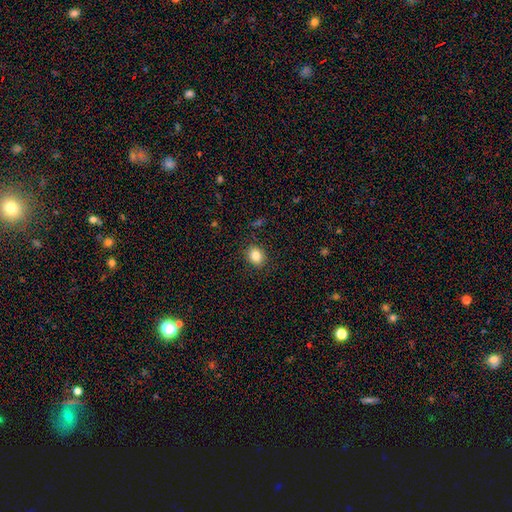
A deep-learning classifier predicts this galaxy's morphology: Smooth or featured? Predicted: smooth (p=0.83). How rounded? Predicted: round (p=0.54). Merging? Predicted: none (p=0.88).